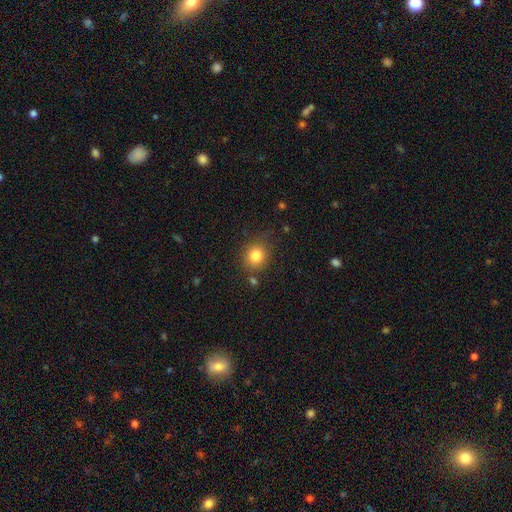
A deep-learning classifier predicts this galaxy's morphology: smooth_or_featured: smooth (p=0.82) [alt: star or artifact p=0.11]
how_rounded: round (p=0.77) [alt: in between p=0.22]
merging: none (p=0.76) [alt: minor disturbance p=0.15]